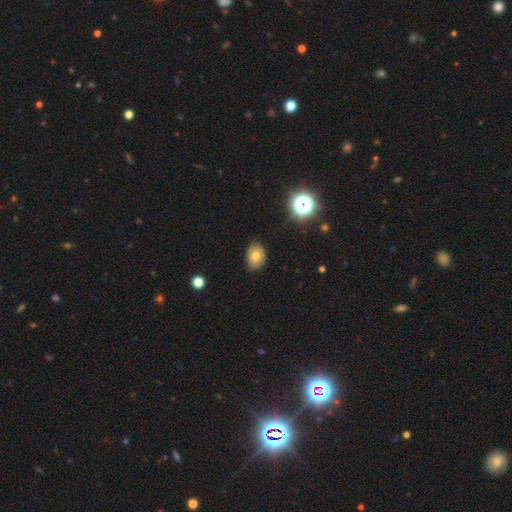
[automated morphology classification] This is likely a smooth galaxy (72%). How rounded: likely in between (75%). Merging: likely none (76%).